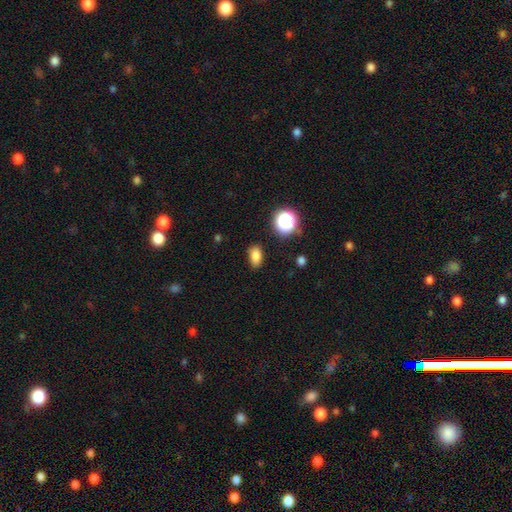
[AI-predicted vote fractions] A smooth galaxy with no disk features (82%) that is in between round and cigar-shaped (84%).

Vote fractions:
- Smooth or featured? smooth: 82% / star or artifact: 13% / featured or disk: 5%
- How rounded? in between: 84% / round: 13% / cigar-shaped: 3%
- Merging? none: 85% / minor disturbance: 11% / major disturbance: 3% / merger: 2%